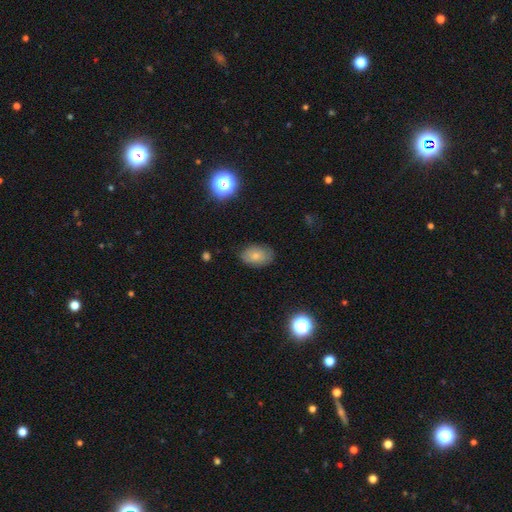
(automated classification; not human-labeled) Smooth or featured: smooth — 75% (featured or disk — 16%)
How rounded: in between — 85% (round — 14%)
Merging: none — 80% (minor disturbance — 16%)